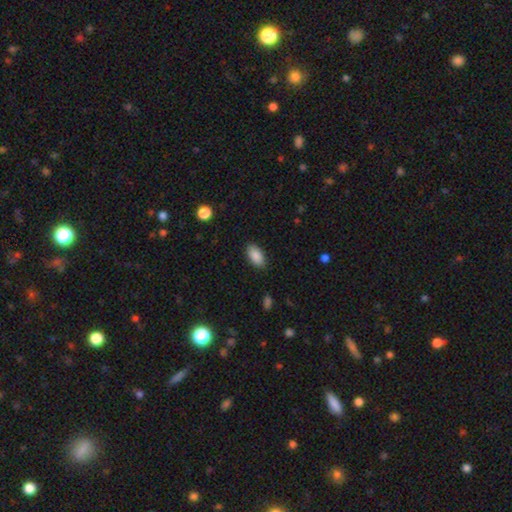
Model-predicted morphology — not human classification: A smooth galaxy with no disk features (89%) that is in between round and cigar-shaped (93%).

Vote fractions:
- Smooth or featured? smooth: 89% / star or artifact: 7% / featured or disk: 4%
- How rounded? in between: 93% / cigar-shaped: 4% / round: 3%
- Merging? none: 88% / minor disturbance: 9% / major disturbance: 2% / merger: 1%